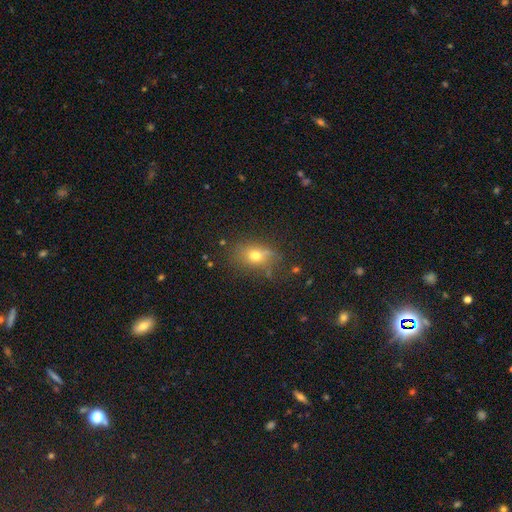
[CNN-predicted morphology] The model was most divided on "how rounded": in between: 61%, round: 36%, cigar-shaped: 4%. More confident: smooth or featured — smooth (67%); merging — none (65%).